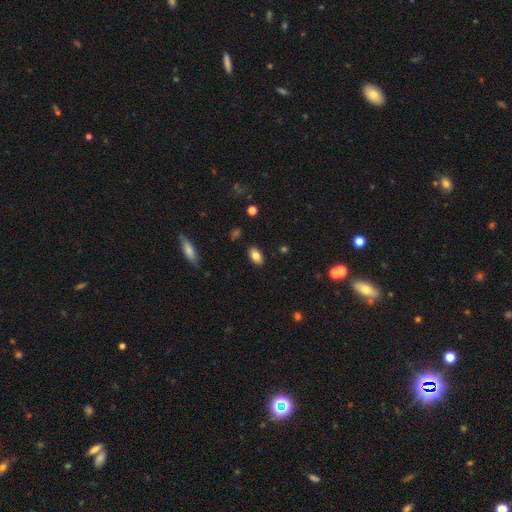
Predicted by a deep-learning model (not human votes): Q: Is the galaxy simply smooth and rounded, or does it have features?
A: smooth — 83%.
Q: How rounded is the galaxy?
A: in between — 90%.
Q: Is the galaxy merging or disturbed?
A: none — 87%.